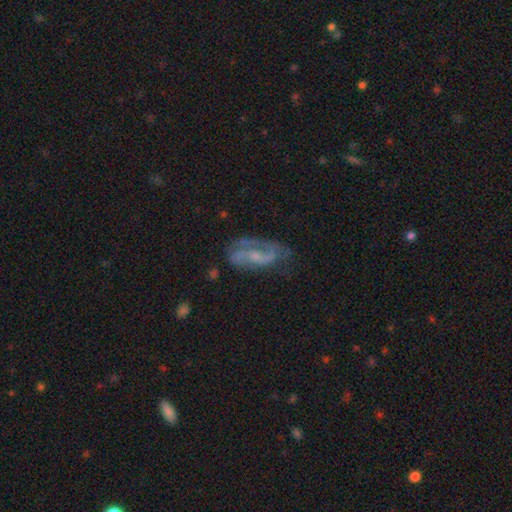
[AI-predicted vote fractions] Smooth or featured? Predicted: featured or disk (p=0.72). Edge-on disk? Predicted: no (p=0.92). Bar? Predicted: weak (p=0.43). Spiral arms? Predicted: yes (p=0.85). Spiral winding? Predicted: medium (p=0.45). Spiral arm count? Predicted: 2 (p=0.71). Bulge size? Predicted: small (p=0.53). Merging? Predicted: none (p=0.60).